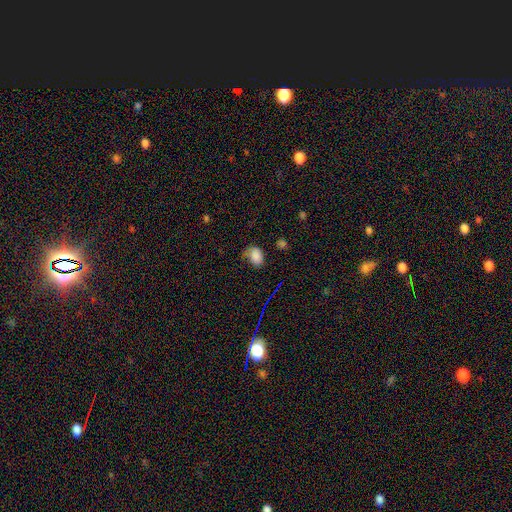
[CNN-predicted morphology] type=smooth (81%); roundness=in between (80%); merging=none (48%).